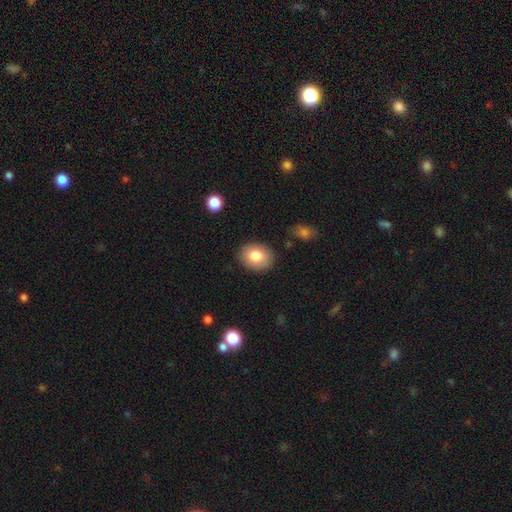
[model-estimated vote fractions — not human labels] Overall: smooth (81%). How rounded: in between (52%; round 47%). Merging: none (87%).